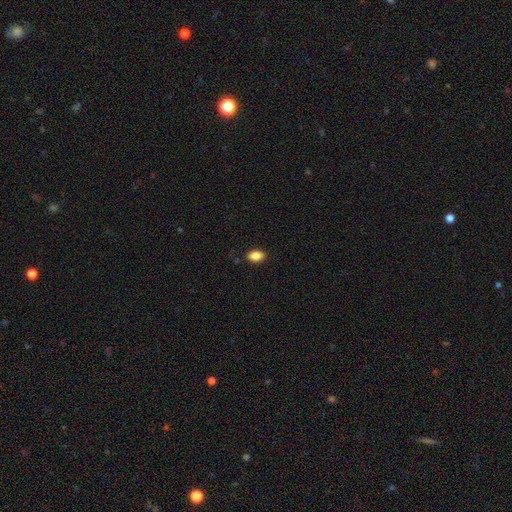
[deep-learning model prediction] smooth_or_featured: smooth (p=0.87) [alt: star or artifact p=0.08]
how_rounded: in between (p=0.89) [alt: round p=0.09]
merging: none (p=0.88) [alt: minor disturbance p=0.09]